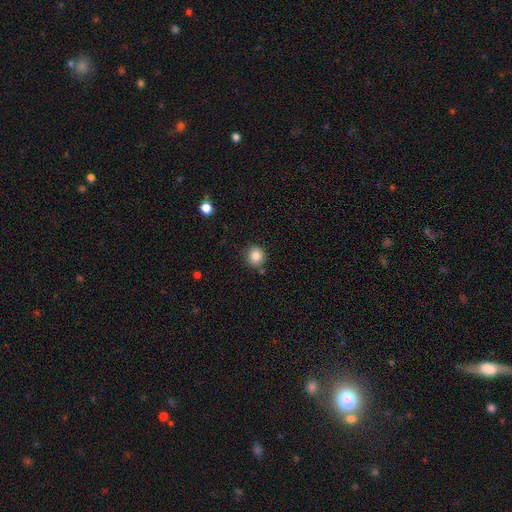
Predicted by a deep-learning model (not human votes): Q: Smooth or featured?
A: smooth (85%); runner-up: star or artifact (10%)
Q: How rounded?
A: round (91%); runner-up: in between (8%)
Q: Merging?
A: none (83%); runner-up: minor disturbance (10%)